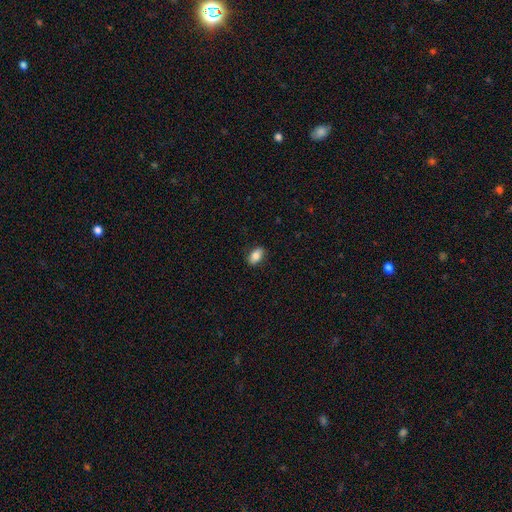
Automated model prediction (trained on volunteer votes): smooth-or-featured: smooth: 83% | featured or disk: 10% | star or artifact: 7%
  how-rounded: in between: 90% | round: 7% | cigar-shaped: 3%
  merging: none: 87% | minor disturbance: 10% | major disturbance: 2% | merger: 1%